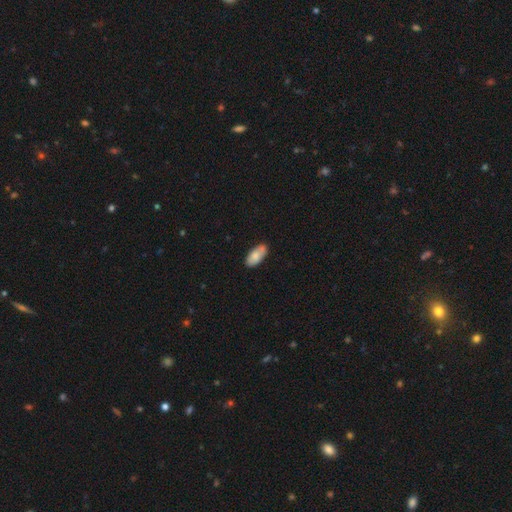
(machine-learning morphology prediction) smooth-or-featured: smooth: 79% | featured or disk: 15% | star or artifact: 6%
  how-rounded: in between: 90% | cigar-shaped: 8% | round: 2%
  merging: none: 77% | minor disturbance: 17% | merger: 3% | major disturbance: 3%